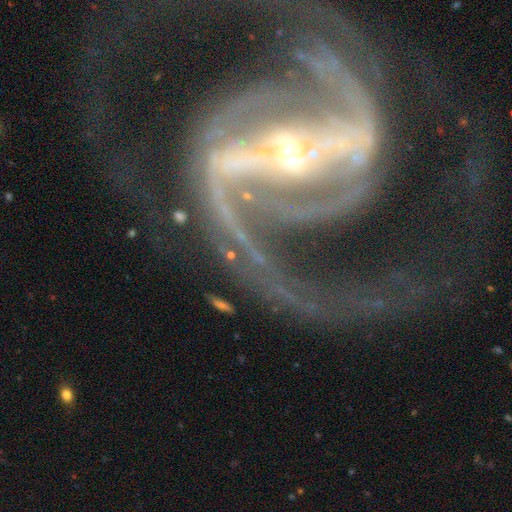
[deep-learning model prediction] A featured or disk galaxy (93%) with a strong bar (80%), 2 (84%) medium (56%) spiral arms (98%) and a small central bulge (75%). Merging: none (58%).